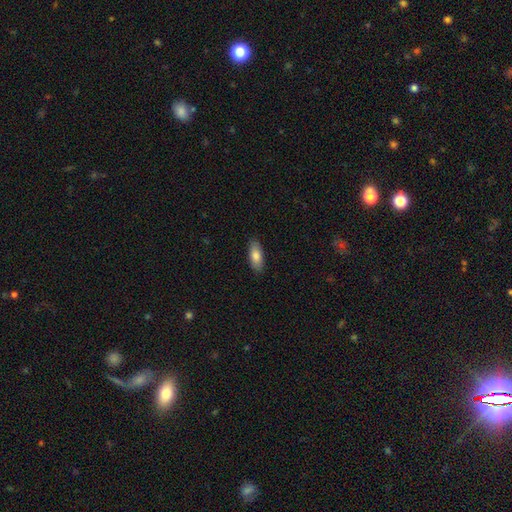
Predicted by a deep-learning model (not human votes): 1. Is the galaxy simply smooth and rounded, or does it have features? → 82% smooth, 11% featured or disk, 6% star or artifact.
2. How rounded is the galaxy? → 80% in between, 18% cigar-shaped, 2% round.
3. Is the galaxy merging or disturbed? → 88% none, 9% minor disturbance, 2% major disturbance, 1% merger.